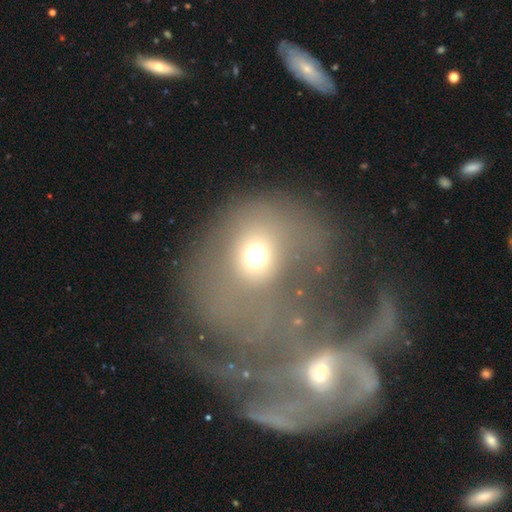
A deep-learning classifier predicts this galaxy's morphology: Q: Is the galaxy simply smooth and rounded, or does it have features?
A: smooth — 64%.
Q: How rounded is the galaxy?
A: round — 60%.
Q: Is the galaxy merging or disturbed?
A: none — 37%.